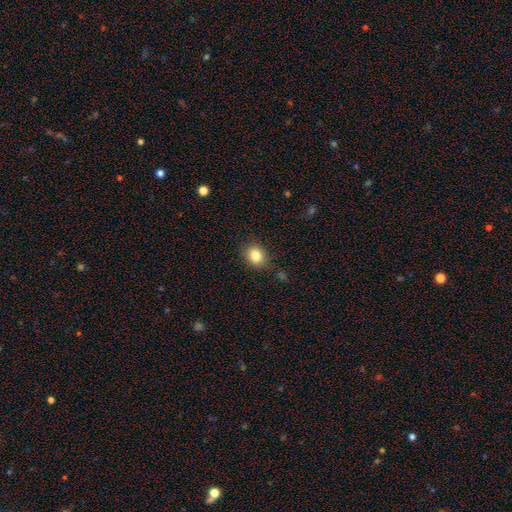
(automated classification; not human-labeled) This appears to be a smooth galaxy with no disk features (83%) that is round (61%). Merging: none (84%).